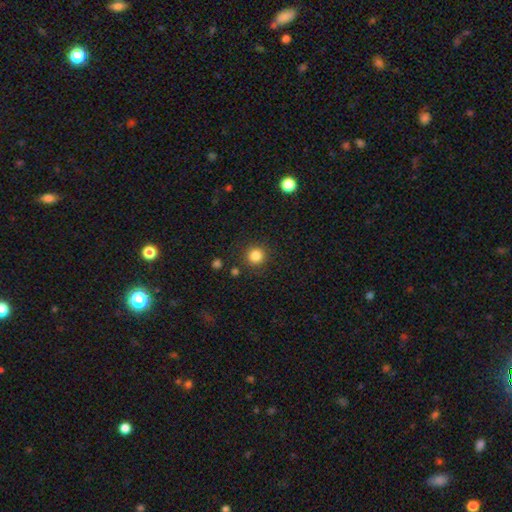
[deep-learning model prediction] Smooth or featured? Predicted: smooth (p=0.84). How rounded? Predicted: round (p=0.94). Merging? Predicted: none (p=0.89).